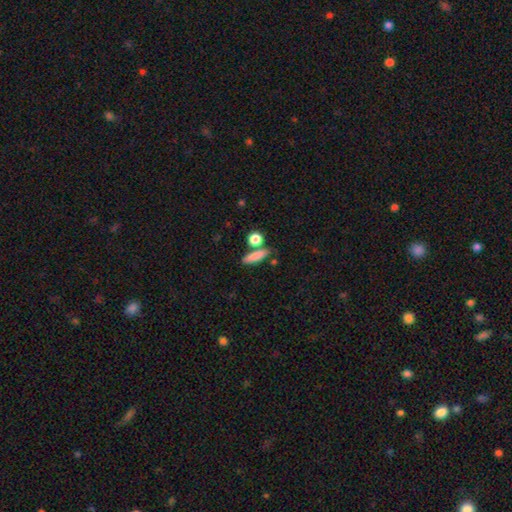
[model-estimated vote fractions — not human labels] smooth-or-featured: smooth: 84% | featured or disk: 9% | star or artifact: 8%
  how-rounded: cigar-shaped: 52% | in between: 37% | round: 11%
  merging: none: 71% | merger: 14% | minor disturbance: 11% | major disturbance: 4%